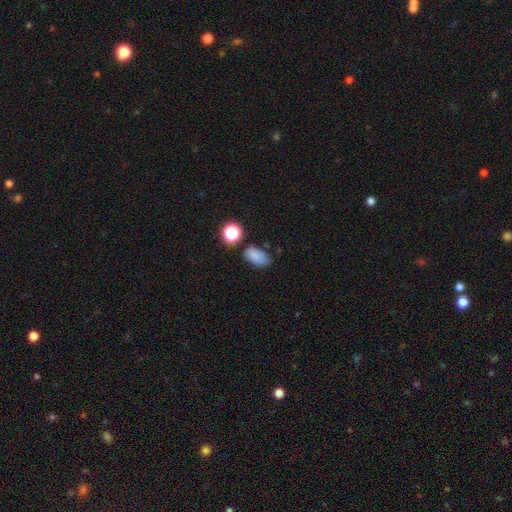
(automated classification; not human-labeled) Morphology: type=smooth (80%); roundness=in between (87%); merging=none (66%).